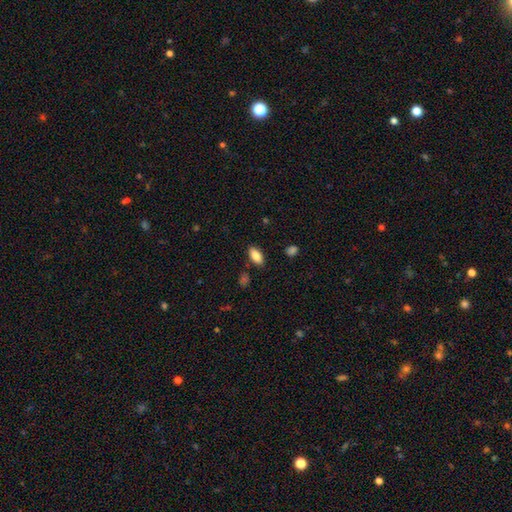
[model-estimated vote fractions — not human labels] Smooth or featured: smooth — 84% (featured or disk — 8%)
How rounded: in between — 90% (cigar-shaped — 7%)
Merging: none — 86% (minor disturbance — 10%)